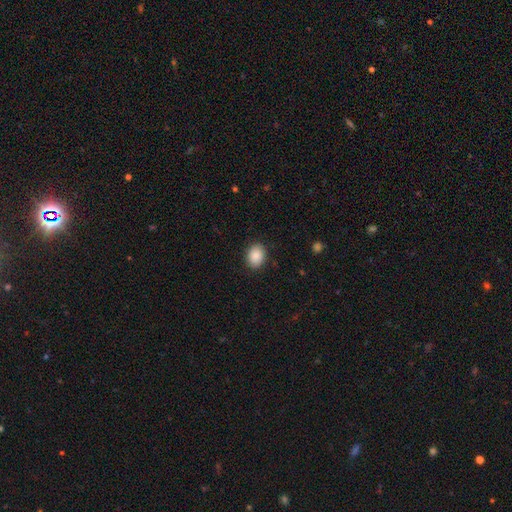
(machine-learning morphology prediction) Smooth or featured? Predicted: smooth (p=0.88). How rounded? Predicted: in between (p=0.60). Merging? Predicted: none (p=0.88).